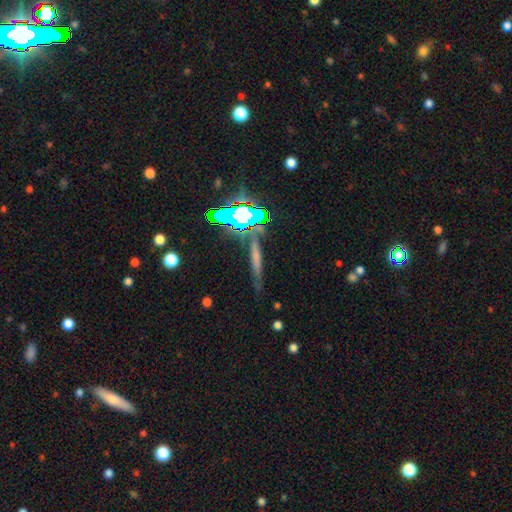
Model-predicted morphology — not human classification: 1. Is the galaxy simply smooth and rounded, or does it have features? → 41% smooth, 37% featured or disk, 23% star or artifact.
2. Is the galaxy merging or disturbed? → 71% none, 19% minor disturbance, 6% major disturbance, 5% merger.